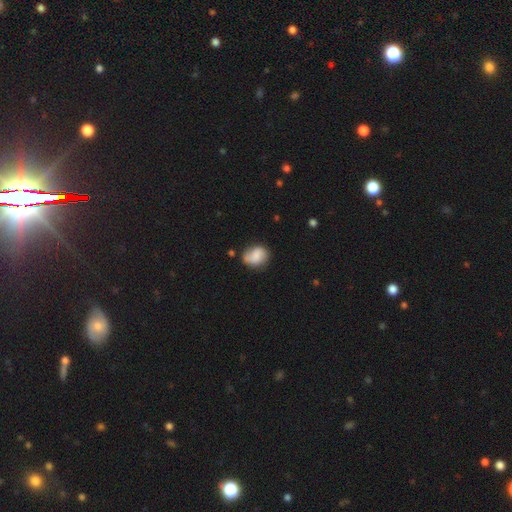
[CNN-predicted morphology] Q: Smooth or featured?
A: smooth (72%); runner-up: featured or disk (20%)
Q: How rounded?
A: in between (55%); runner-up: round (44%)
Q: Merging?
A: none (60%); runner-up: minor disturbance (28%)